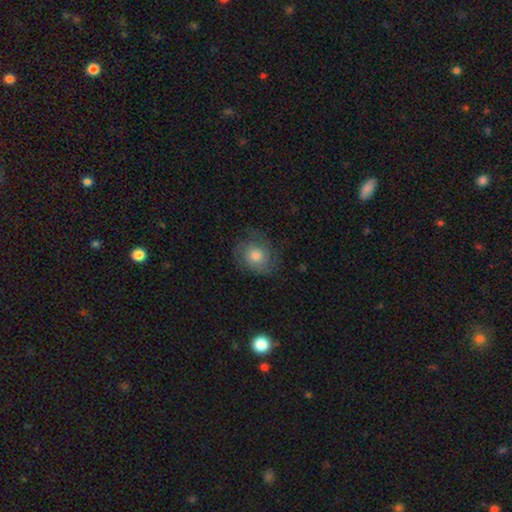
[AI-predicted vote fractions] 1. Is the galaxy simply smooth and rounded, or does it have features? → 47% smooth, 44% featured or disk, 9% star or artifact.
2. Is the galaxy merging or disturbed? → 68% none, 20% minor disturbance, 10% major disturbance, 1% merger.